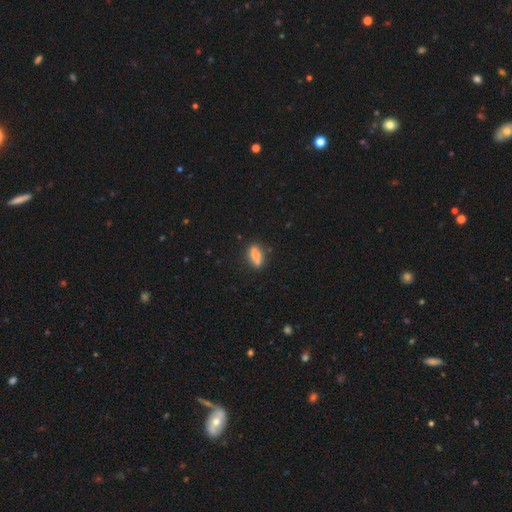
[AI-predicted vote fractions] Smooth or featured: smooth — 72% (featured or disk — 19%)
How rounded: in between — 78% (cigar-shaped — 16%)
Merging: none — 68% (minor disturbance — 17%)